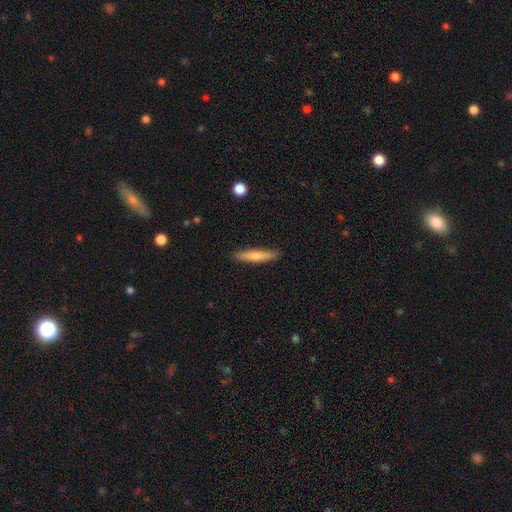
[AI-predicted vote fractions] Smooth or featured: smooth — 72% (featured or disk — 23%)
How rounded: cigar-shaped — 89% (in between — 10%)
Merging: none — 89% (minor disturbance — 8%)